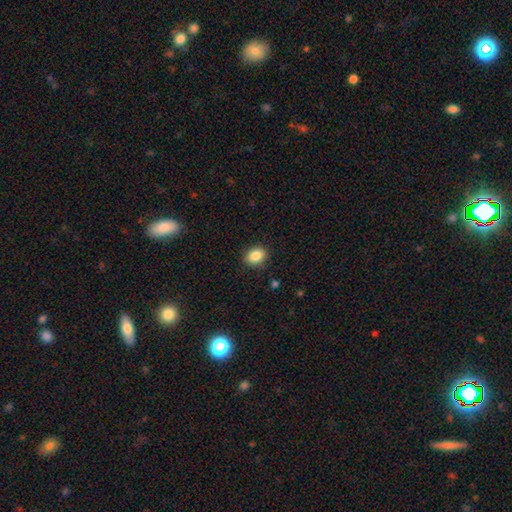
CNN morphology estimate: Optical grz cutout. It shows a smooth galaxy with no disk features (87%) that is in between round and cigar-shaped (62%). Merging: none (88%).